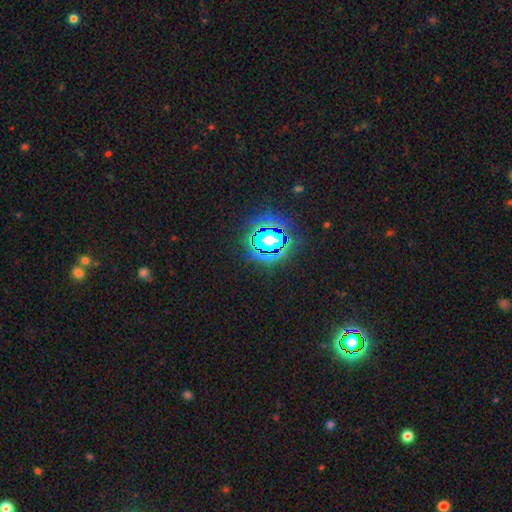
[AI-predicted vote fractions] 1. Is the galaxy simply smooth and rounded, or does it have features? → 80% star or artifact, 13% smooth, 7% featured or disk.